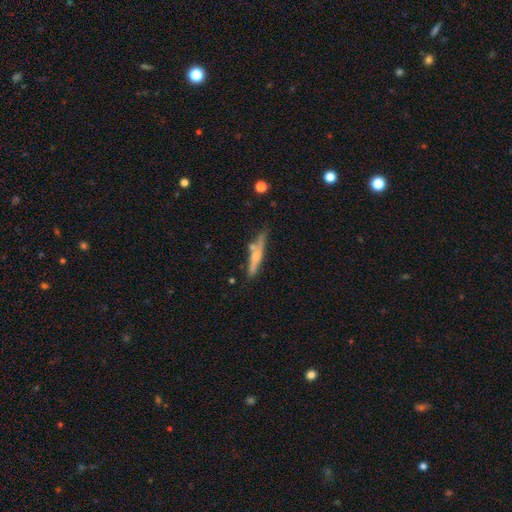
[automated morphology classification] Smooth or featured? smooth (50%)
Merging? none (66%)